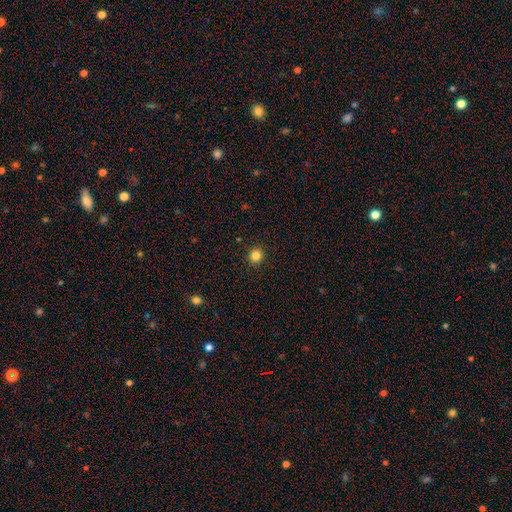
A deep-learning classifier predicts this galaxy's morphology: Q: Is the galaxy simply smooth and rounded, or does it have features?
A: smooth — 84%.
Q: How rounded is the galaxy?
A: round — 92%.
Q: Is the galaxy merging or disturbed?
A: none — 93%.